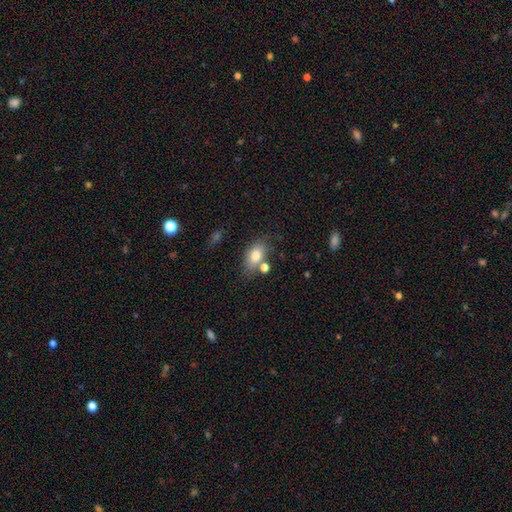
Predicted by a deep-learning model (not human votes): A smooth galaxy with no disk features (78%) that is in between round and cigar-shaped (85%).

Vote fractions:
- Smooth or featured? smooth: 78% / featured or disk: 13% / star or artifact: 9%
- How rounded? in between: 85% / round: 12% / cigar-shaped: 3%
- Merging? none: 62% / merger: 17% / minor disturbance: 16% / major disturbance: 5%